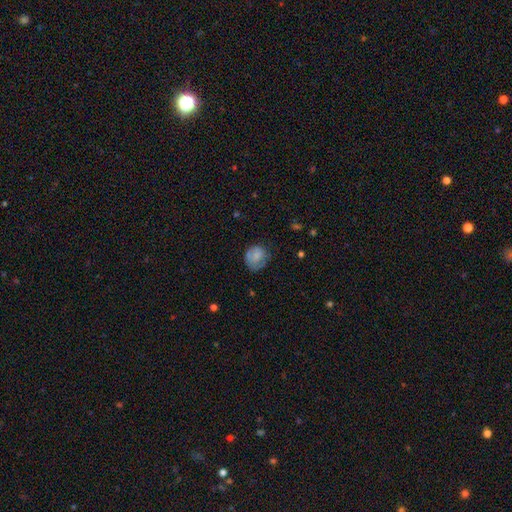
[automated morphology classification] Smooth or featured? smooth (69%)
How rounded? round (75%)
Merging? none (58%)